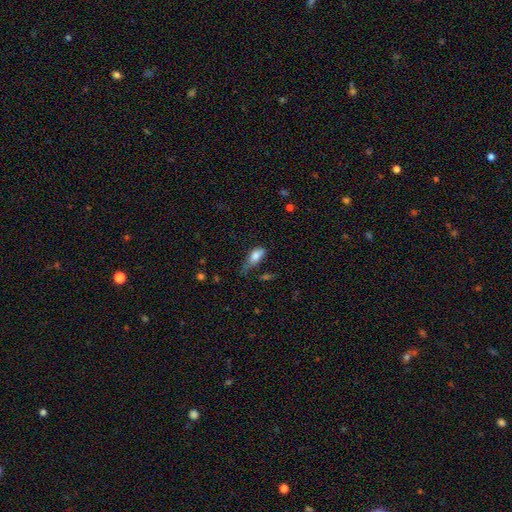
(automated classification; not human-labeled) Smooth or featured: smooth — 79% (featured or disk — 13%)
How rounded: in between — 86% (cigar-shaped — 9%)
Merging: minor disturbance — 37% (none — 30%)